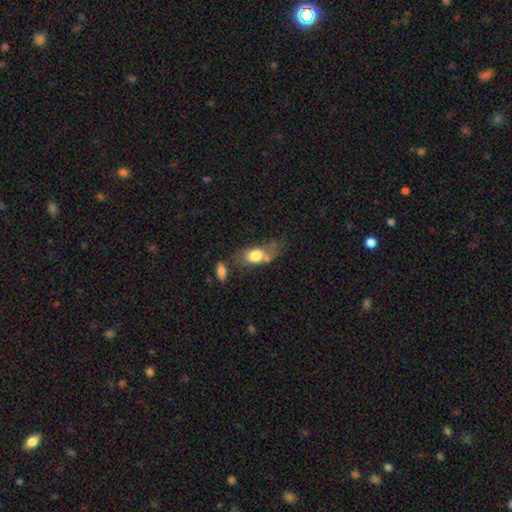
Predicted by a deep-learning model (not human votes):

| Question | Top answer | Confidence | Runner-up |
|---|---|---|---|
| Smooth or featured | smooth | 72% | featured or disk (20%) |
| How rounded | in between | 83% | round (11%) |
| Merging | none | 32% | minor disturbance (24%) |